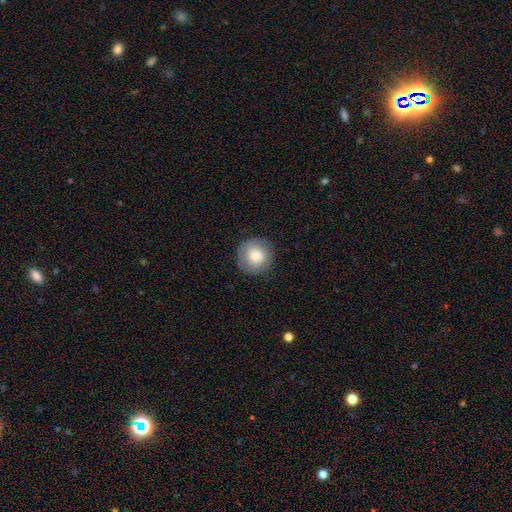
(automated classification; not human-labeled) Morphology: type=smooth (79%); roundness=round (94%); merging=none (86%).